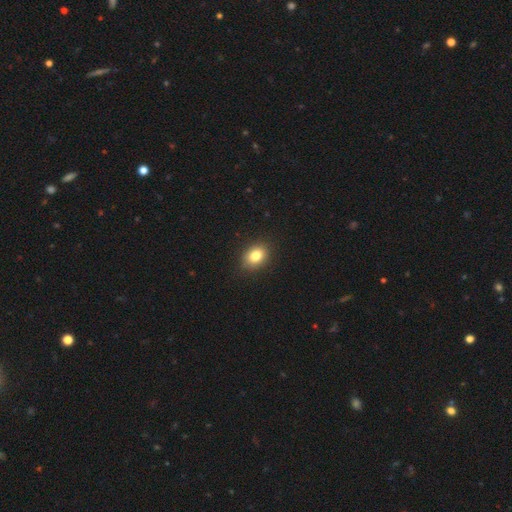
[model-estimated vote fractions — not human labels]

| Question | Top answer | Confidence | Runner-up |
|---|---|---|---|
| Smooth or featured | smooth | 82% | star or artifact (10%) |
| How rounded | in between | 65% | round (33%) |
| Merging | none | 87% | minor disturbance (10%) |